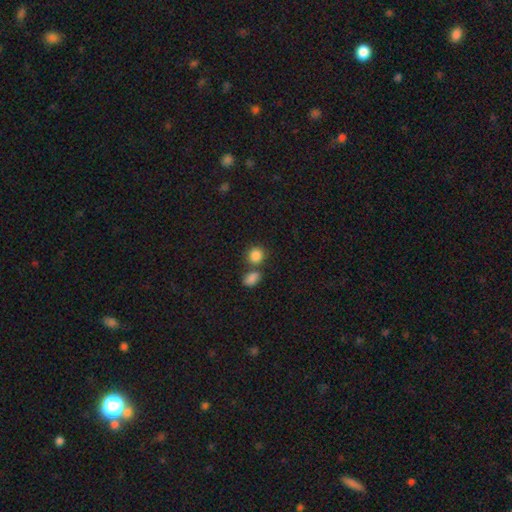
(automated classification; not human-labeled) Smooth or featured: smooth — 86% (star or artifact — 10%)
How rounded: round — 75% (in between — 24%)
Merging: none — 57% (merger — 30%)